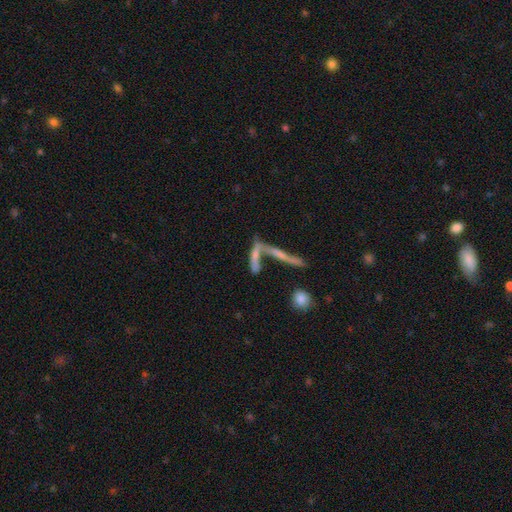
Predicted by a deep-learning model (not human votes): Overall: smooth (49%; featured or disk 38%). Merging: merger (53%; none 27%).